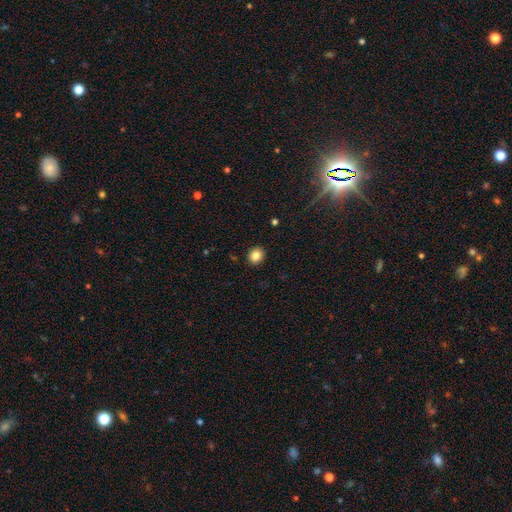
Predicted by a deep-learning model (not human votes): Smooth or featured: smooth — 84% (star or artifact — 10%)
How rounded: round — 75% (in between — 24%)
Merging: none — 91% (minor disturbance — 6%)